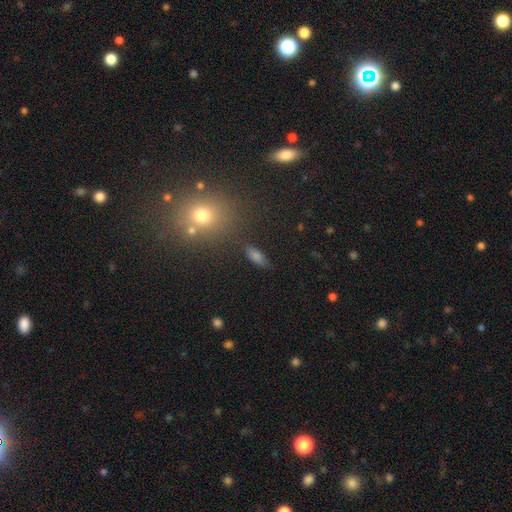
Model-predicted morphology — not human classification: smooth-or-featured: smooth: 72% | star or artifact: 16% | featured or disk: 12%
  how-rounded: in between: 67% | cigar-shaped: 26% | round: 7%
  merging: none: 82% | minor disturbance: 11% | major disturbance: 4% | merger: 3%